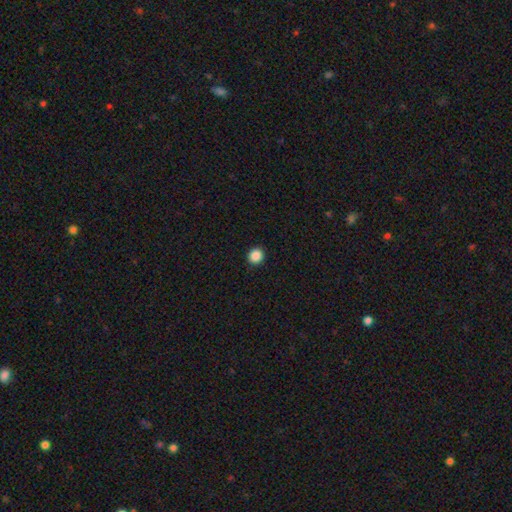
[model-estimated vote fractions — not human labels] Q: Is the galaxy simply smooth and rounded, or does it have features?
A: smooth — 88%.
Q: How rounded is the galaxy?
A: round — 90%.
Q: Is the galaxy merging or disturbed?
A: none — 93%.